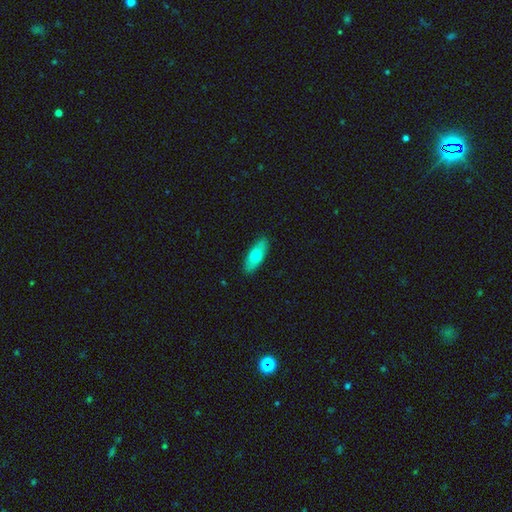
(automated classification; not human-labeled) This is likely a smooth galaxy (71%). How rounded: likely in between (70%). Merging: clearly none (88%).